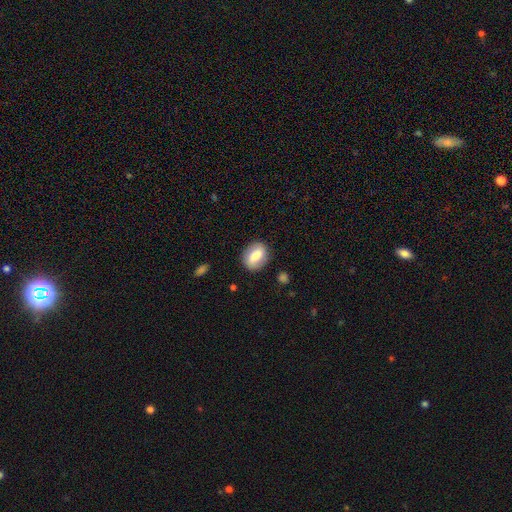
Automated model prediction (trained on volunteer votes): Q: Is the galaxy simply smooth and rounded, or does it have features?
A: smooth — 73%.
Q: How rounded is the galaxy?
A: in between — 66%.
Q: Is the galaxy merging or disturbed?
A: none — 84%.